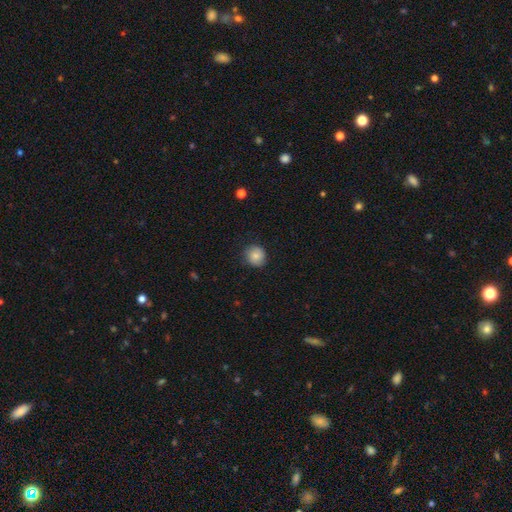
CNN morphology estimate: A smooth galaxy with no disk features (82%) that is round (87%). Merging: none (82%).